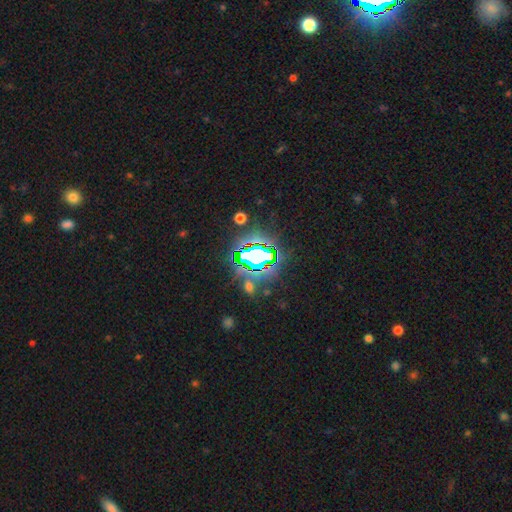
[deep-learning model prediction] Smooth or featured?
  - star or artifact: 74% *
  - smooth: 14%
  - featured or disk: 11%